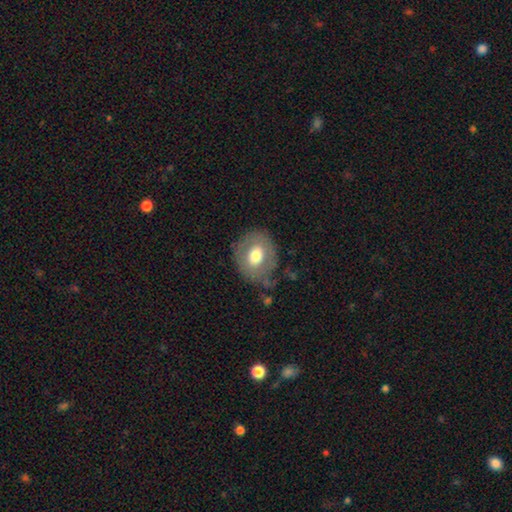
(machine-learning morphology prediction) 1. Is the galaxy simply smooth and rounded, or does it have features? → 62% smooth, 30% featured or disk, 8% star or artifact.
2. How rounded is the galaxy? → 57% round, 42% in between, 1% cigar-shaped.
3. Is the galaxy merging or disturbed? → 70% none, 19% minor disturbance, 8% major disturbance, 2% merger.